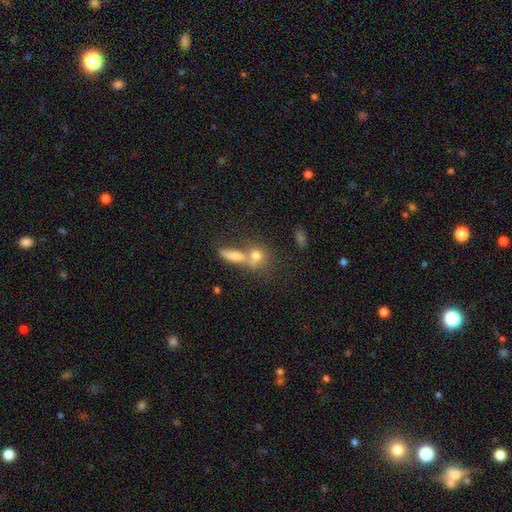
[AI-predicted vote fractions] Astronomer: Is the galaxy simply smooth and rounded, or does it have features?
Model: smooth — 73%.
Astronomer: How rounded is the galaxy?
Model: round — 57% (runner-up: in between, 33%).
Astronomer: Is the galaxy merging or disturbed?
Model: merger — 46% (runner-up: none, 40%).